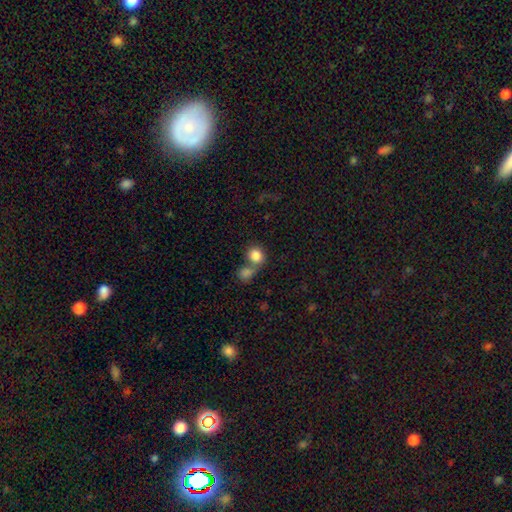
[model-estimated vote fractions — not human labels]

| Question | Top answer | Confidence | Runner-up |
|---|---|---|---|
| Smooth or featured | smooth | 84% | star or artifact (9%) |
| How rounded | round | 77% | in between (22%) |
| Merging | none | 45% | merger (44%) |